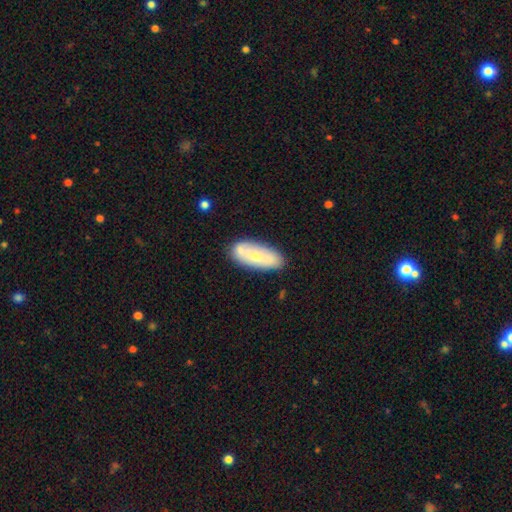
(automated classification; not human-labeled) smooth_or_featured: smooth (p=0.50) [alt: featured or disk p=0.45]
merging: none (p=0.80) [alt: minor disturbance p=0.15]